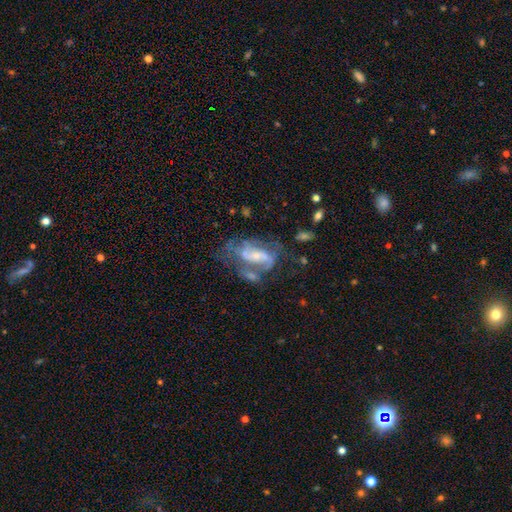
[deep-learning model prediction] This is likely a featured or disk galaxy (75%). It is clearly not viewed edge-on (95%). Bar: possibly no (45%). Spiral arm pattern: likely yes (78%). Spiral arm count: possibly 2 (58%). Spiral winding: marginally medium (44%). Central bulge: likely small (62%). Merging: marginally none (35%).